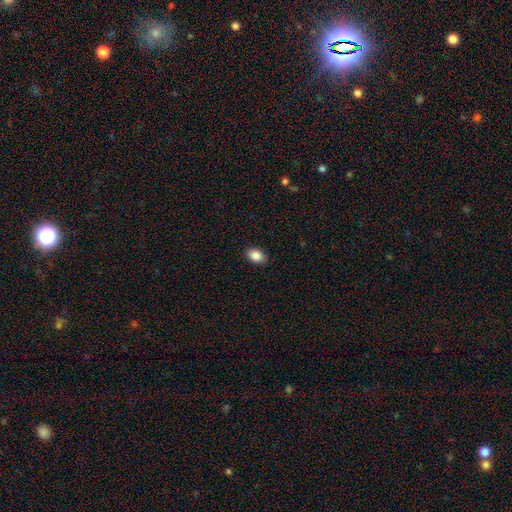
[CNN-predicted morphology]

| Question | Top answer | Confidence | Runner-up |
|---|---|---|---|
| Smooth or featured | smooth | 87% | star or artifact (8%) |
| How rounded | in between | 85% | round (14%) |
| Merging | none | 89% | minor disturbance (8%) |